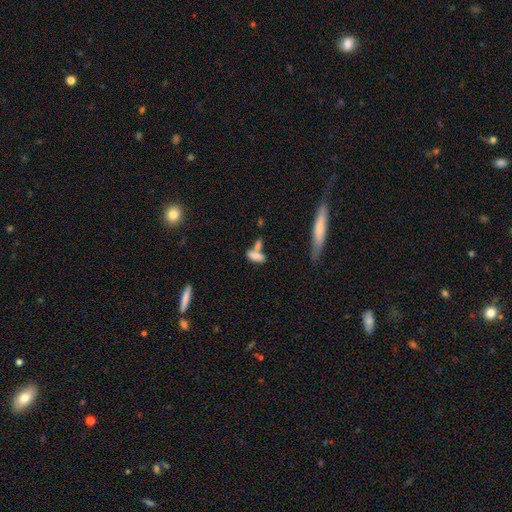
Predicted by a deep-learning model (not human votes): Smooth or featured? Predicted: smooth (p=0.76). How rounded? Predicted: in between (p=0.68). Merging? Predicted: merger (p=0.43).